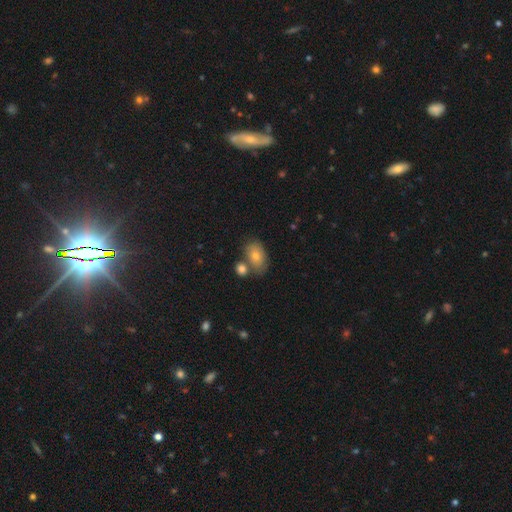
Volunteers were most divided on "merging": none: 54%, merger: 23%, minor disturbance: 20%, major disturbance: 3%. More confident: how rounded — in between (90%); smooth or featured — smooth (84%).